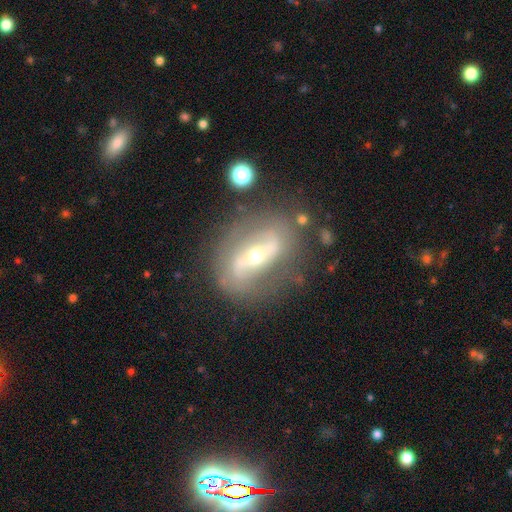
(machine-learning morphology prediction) Smooth or featured? Predicted: featured or disk (p=0.77). Edge-on disk? Predicted: no (p=0.90). Bar? Predicted: strong (p=0.49). Spiral arms? Predicted: yes (p=0.69). Bulge size? Predicted: small (p=0.50). Merging? Predicted: none (p=0.74).